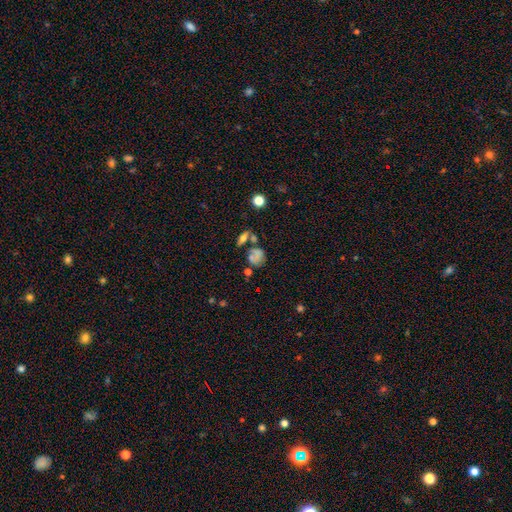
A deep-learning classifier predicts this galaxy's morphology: Smooth or featured: smooth — 61% (featured or disk — 24%)
How rounded: round — 57% (in between — 41%)
Merging: none — 39% (merger — 27%)